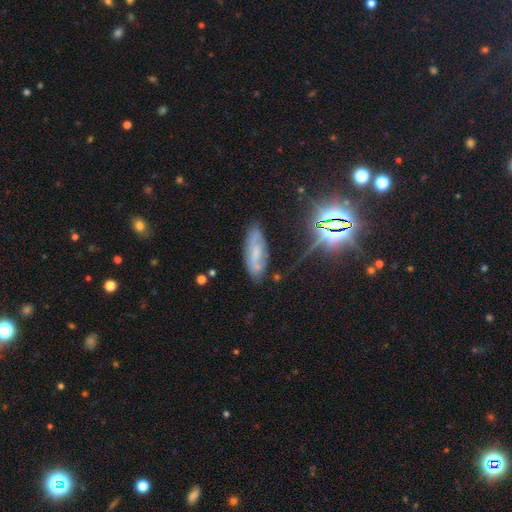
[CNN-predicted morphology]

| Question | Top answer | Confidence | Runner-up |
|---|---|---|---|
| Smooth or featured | featured or disk | 43% | smooth (32%) |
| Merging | none | 68% | minor disturbance (21%) |